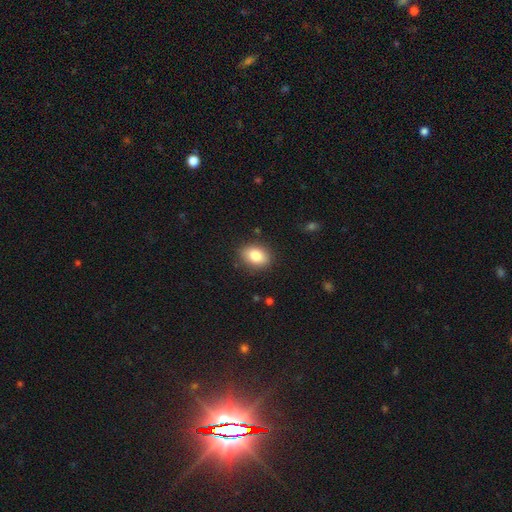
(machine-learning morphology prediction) type=smooth (83%); roundness=in between (77%); merging=none (86%).